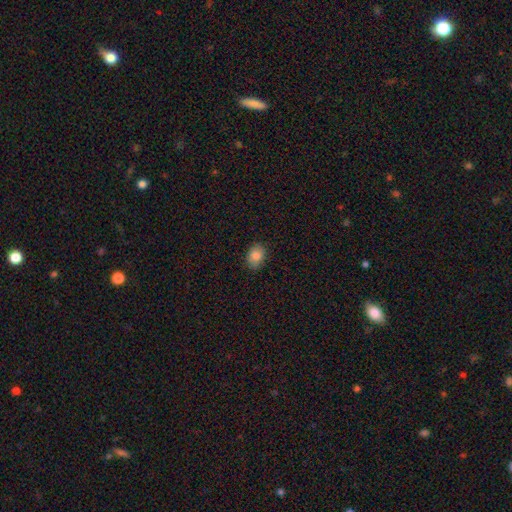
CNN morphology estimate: This appears to be a smooth galaxy with no disk features (86%) that is in between round and cigar-shaped (66%). Merging: none (83%).